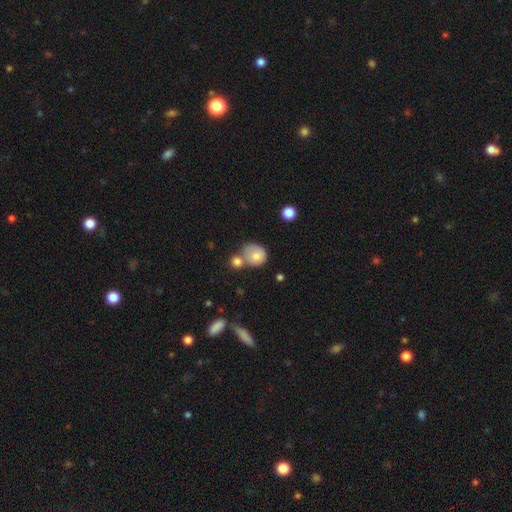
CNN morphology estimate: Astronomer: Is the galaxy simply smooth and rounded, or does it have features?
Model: smooth — 77%.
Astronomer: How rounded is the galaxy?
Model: round — 80%.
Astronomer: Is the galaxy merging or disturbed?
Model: none — 42% (runner-up: merger, 38%).